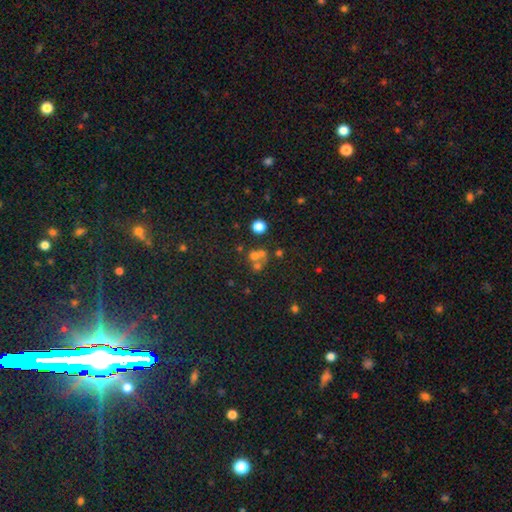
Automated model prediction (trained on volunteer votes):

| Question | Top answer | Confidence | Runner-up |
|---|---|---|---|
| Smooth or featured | smooth | 54% | star or artifact (24%) |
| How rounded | round | 77% | in between (22%) |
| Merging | merger | 49% | none (37%) |